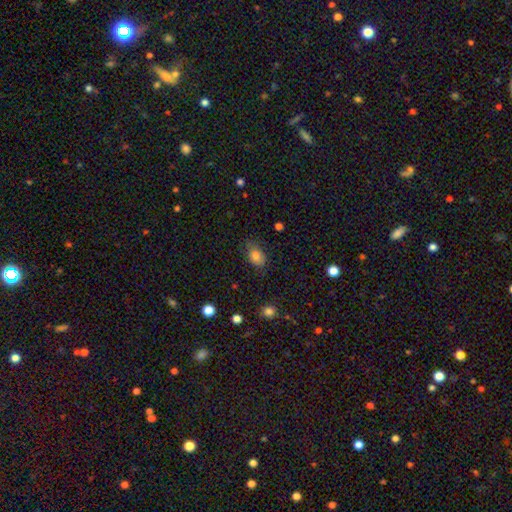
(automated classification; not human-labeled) Smooth or featured: smooth — 82% (star or artifact — 10%)
How rounded: in between — 78% (round — 21%)
Merging: none — 66% (minor disturbance — 25%)